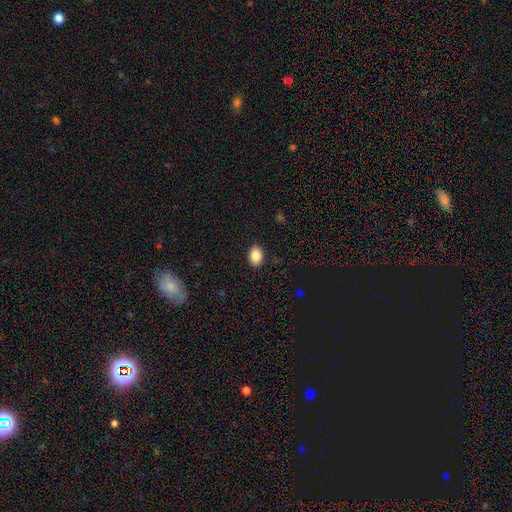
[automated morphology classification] This is clearly a smooth galaxy (88%). How rounded: clearly in between (82%). Merging: clearly none (89%).